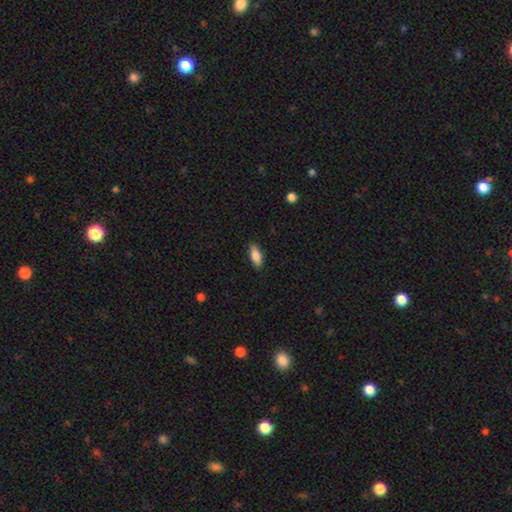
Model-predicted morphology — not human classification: Q: Smooth or featured?
A: smooth (86%); runner-up: featured or disk (7%)
Q: How rounded?
A: in between (81%); runner-up: cigar-shaped (17%)
Q: Merging?
A: none (85%); runner-up: minor disturbance (12%)